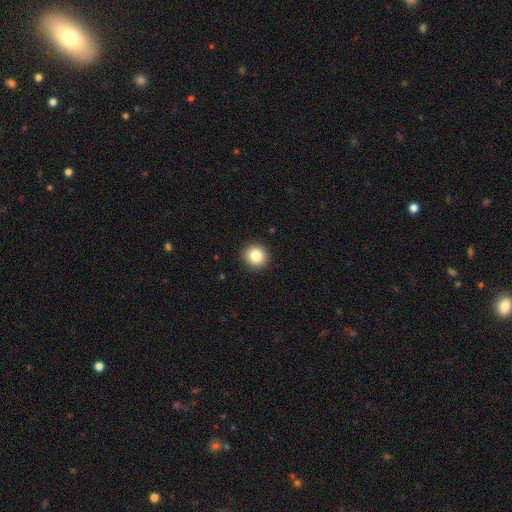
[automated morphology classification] smooth_or_featured: smooth (p=0.84) [alt: star or artifact p=0.10]
how_rounded: round (p=0.93) [alt: in between p=0.06]
merging: none (p=0.92) [alt: minor disturbance p=0.05]